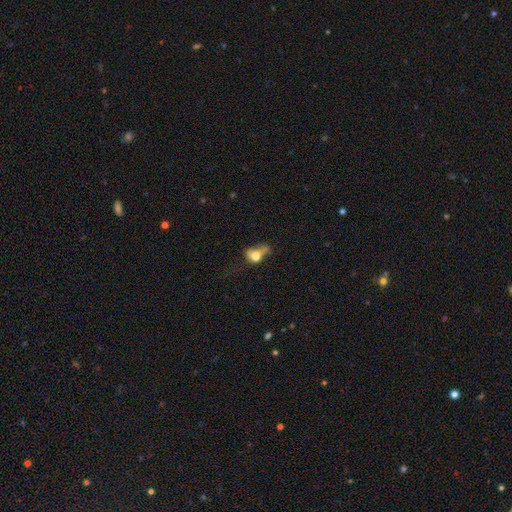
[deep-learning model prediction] This is likely a smooth galaxy (68%). How rounded: possibly in between (59%). Merging: marginally major disturbance (41%).